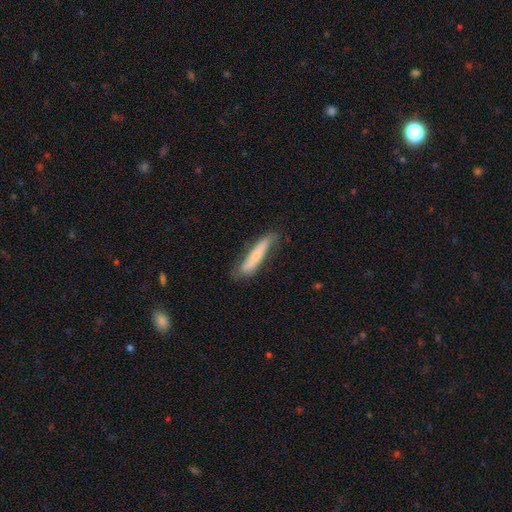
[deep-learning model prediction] Q: Smooth or featured?
A: smooth (58%); runner-up: featured or disk (36%)
Q: How rounded?
A: cigar-shaped (85%); runner-up: in between (13%)
Q: Merging?
A: none (68%); runner-up: minor disturbance (24%)